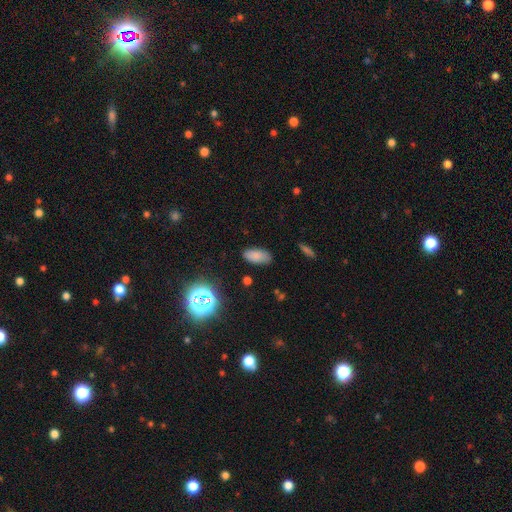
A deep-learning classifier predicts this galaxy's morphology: Smooth or featured: smooth — 81% (star or artifact — 13%)
How rounded: in between — 90% (cigar-shaped — 7%)
Merging: none — 83% (minor disturbance — 13%)